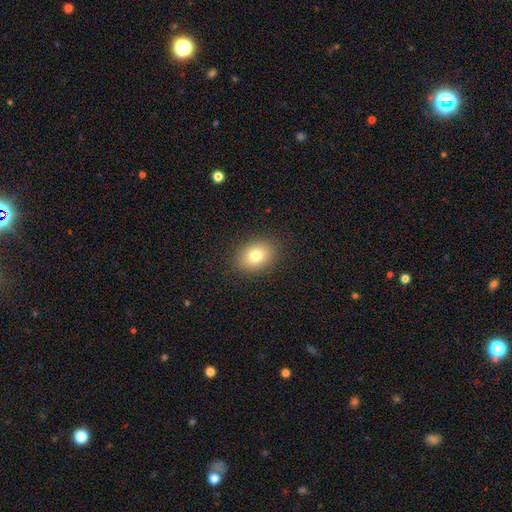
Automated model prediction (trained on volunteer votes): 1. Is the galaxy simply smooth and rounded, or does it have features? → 78% smooth, 11% star or artifact, 11% featured or disk.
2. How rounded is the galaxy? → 56% in between, 43% round, 1% cigar-shaped.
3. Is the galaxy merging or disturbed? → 88% none, 8% minor disturbance, 3% major disturbance, 1% merger.